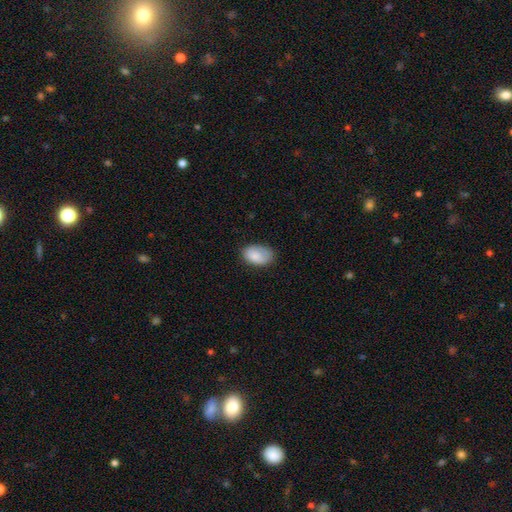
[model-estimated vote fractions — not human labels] Smooth or featured? Predicted: smooth (p=0.84). How rounded? Predicted: in between (p=0.90). Merging? Predicted: none (p=0.68).